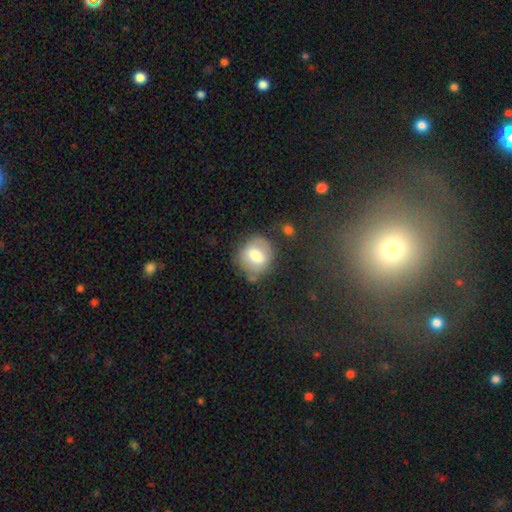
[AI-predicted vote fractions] A smooth galaxy with no disk features (68%) that is round (68%).

Vote fractions:
- Smooth or featured? smooth: 68% / featured or disk: 24% / star or artifact: 8%
- How rounded? round: 68% / in between: 31% / cigar-shaped: 1%
- Merging? none: 62% / minor disturbance: 22% / major disturbance: 9% / merger: 7%